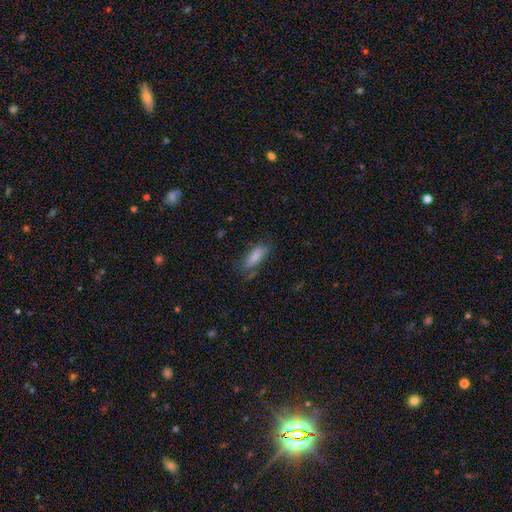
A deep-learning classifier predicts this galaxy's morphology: This appears to be a smooth galaxy with no disk features (74%) that is in between round and cigar-shaped (50%). Merging: none (66%).